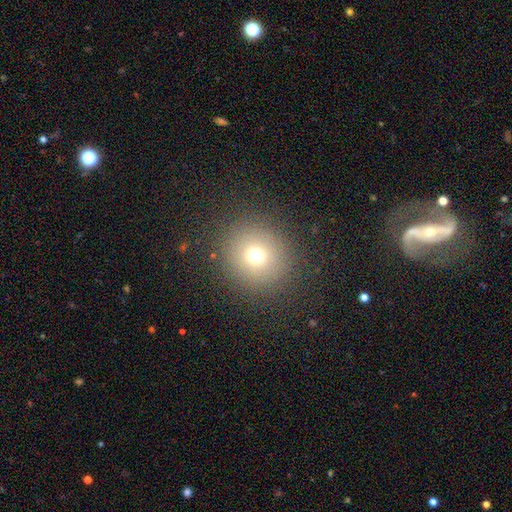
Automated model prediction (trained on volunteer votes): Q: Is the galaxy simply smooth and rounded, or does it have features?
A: smooth — 69%.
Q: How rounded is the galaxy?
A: round — 91%.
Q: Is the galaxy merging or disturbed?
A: none — 87%.